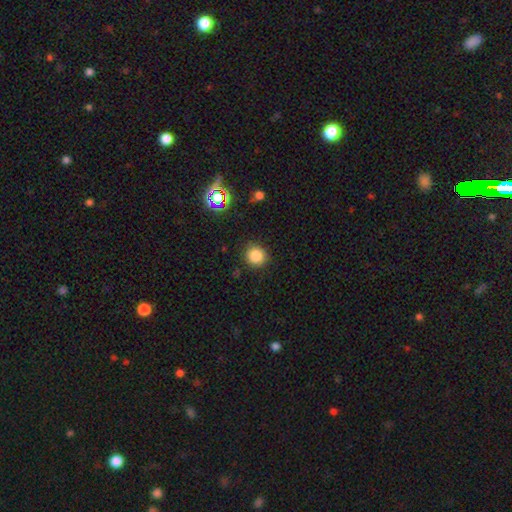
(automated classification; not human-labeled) smooth_or_featured: smooth (p=0.82) [alt: star or artifact p=0.14]
how_rounded: round (p=0.91) [alt: in between p=0.08]
merging: none (p=0.89) [alt: minor disturbance p=0.07]